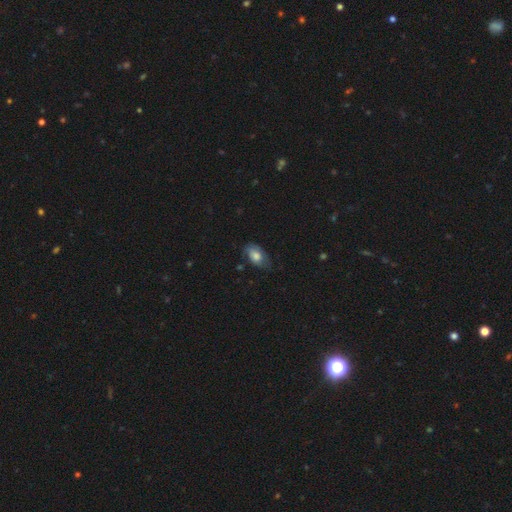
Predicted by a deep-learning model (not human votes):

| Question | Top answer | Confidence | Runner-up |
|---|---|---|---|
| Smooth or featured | smooth | 67% | featured or disk (25%) |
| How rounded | in between | 91% | round (7%) |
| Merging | none | 61% | minor disturbance (29%) |